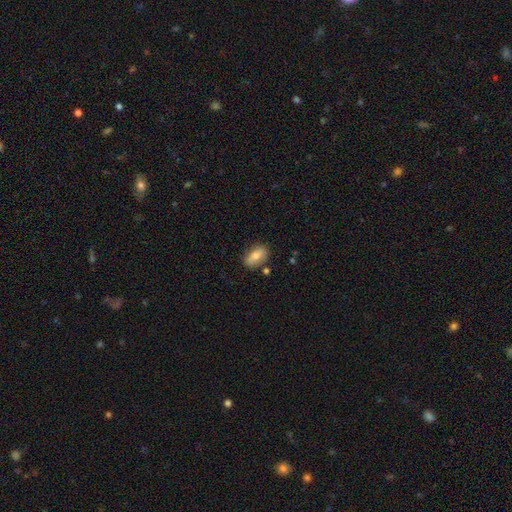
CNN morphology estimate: Smooth or featured?
  - smooth: 73% *
  - featured or disk: 20%
  - star or artifact: 7%
How rounded?
  - in between: 89% *
  - round: 6%
  - cigar-shaped: 5%
Merging?
  - none: 79% *
  - minor disturbance: 14%
  - merger: 4%
  - major disturbance: 3%